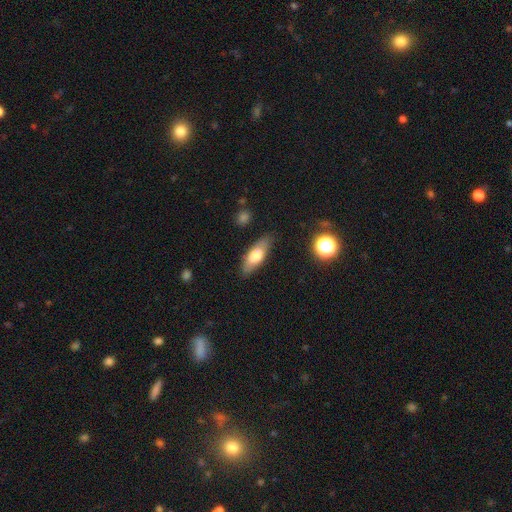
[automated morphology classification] Smooth or featured? smooth (65%)
How rounded? in between (65%)
Merging? none (82%)